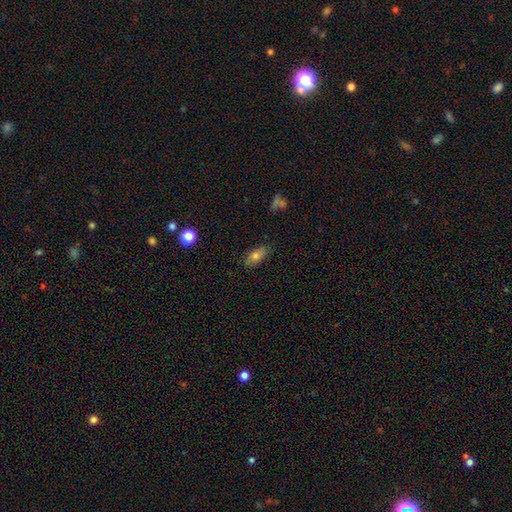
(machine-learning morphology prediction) Smooth or featured?
  - smooth: 74% *
  - featured or disk: 16%
  - star or artifact: 10%
How rounded?
  - in between: 85% *
  - cigar-shaped: 9%
  - round: 6%
Merging?
  - none: 79% *
  - minor disturbance: 16%
  - major disturbance: 3%
  - merger: 2%